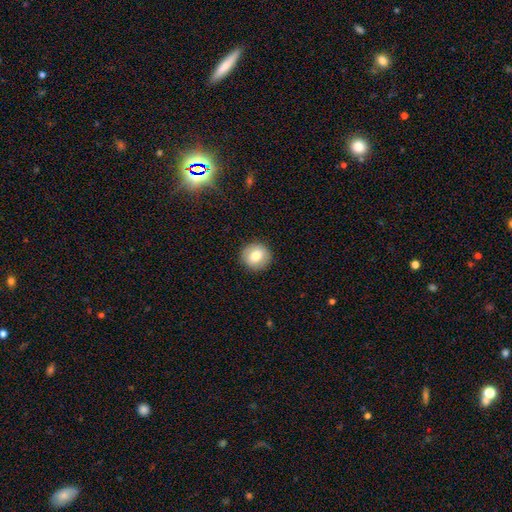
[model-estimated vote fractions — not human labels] smooth 78%, featured or disk 14%, star or artifact 8%. Down the decision tree: how rounded — round (87%); merging — none (89%).